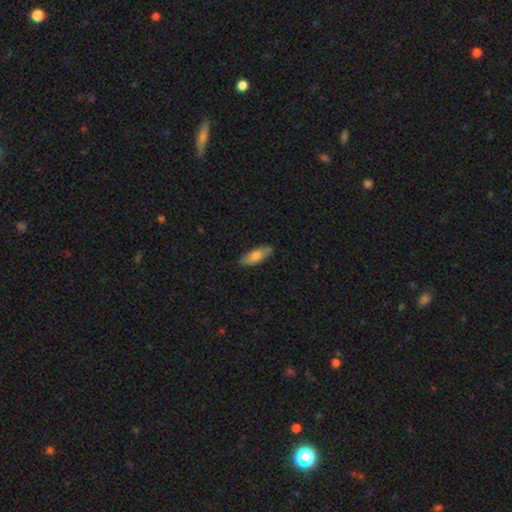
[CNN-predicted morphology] smooth-or-featured: smooth: 72% | featured or disk: 22% | star or artifact: 6%
  how-rounded: in between: 66% | cigar-shaped: 32% | round: 2%
  merging: none: 81% | minor disturbance: 15% | major disturbance: 2% | merger: 2%